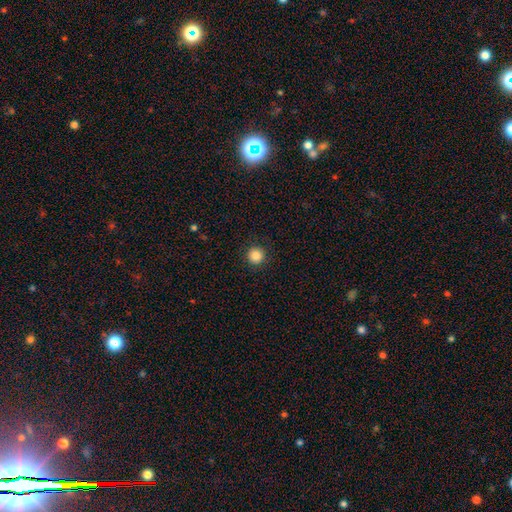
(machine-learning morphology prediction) Smooth or featured: smooth — 86% (star or artifact — 10%)
How rounded: round — 96% (in between — 3%)
Merging: none — 92% (minor disturbance — 5%)